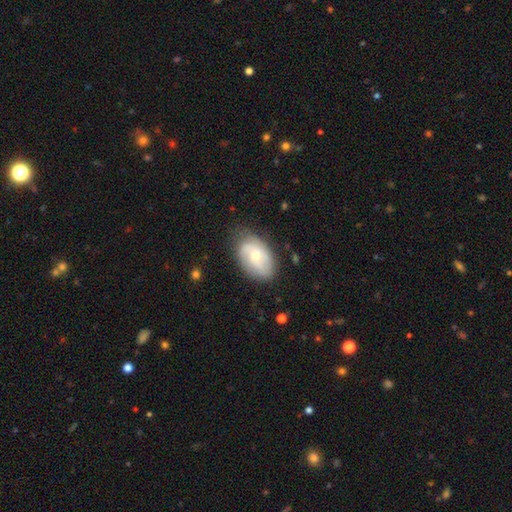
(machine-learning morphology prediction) Smooth or featured? Predicted: featured or disk (p=0.53). Edge-on disk? Predicted: no (p=0.95). Merging? Predicted: none (p=0.68).